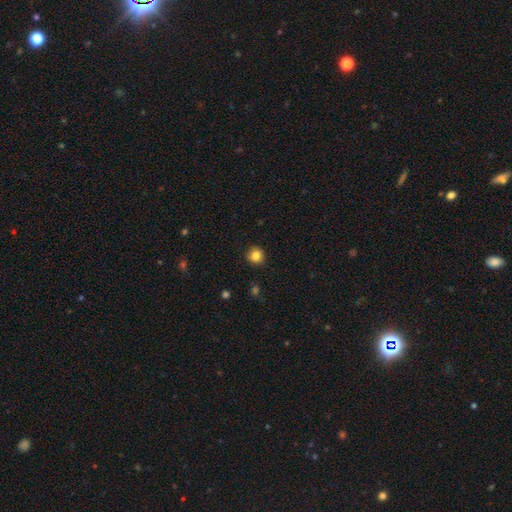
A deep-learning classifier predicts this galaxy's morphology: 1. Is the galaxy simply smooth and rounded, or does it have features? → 84% smooth, 11% star or artifact, 6% featured or disk.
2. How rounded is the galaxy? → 91% round, 8% in between, 1% cigar-shaped.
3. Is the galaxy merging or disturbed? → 91% none, 6% minor disturbance, 2% major disturbance, 1% merger.